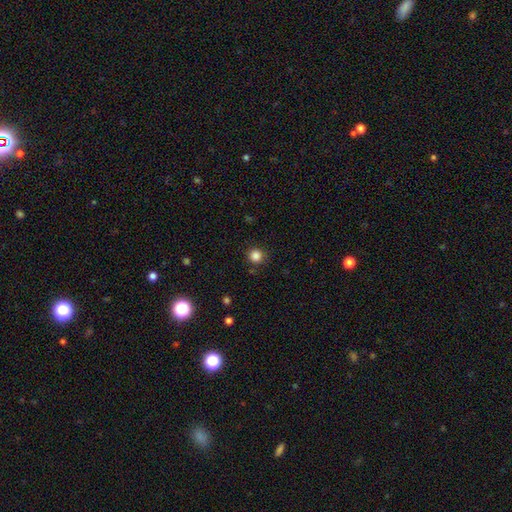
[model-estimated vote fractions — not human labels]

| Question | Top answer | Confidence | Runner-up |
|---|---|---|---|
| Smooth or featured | smooth | 85% | star or artifact (12%) |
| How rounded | round | 94% | in between (5%) |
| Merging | none | 87% | minor disturbance (8%) |